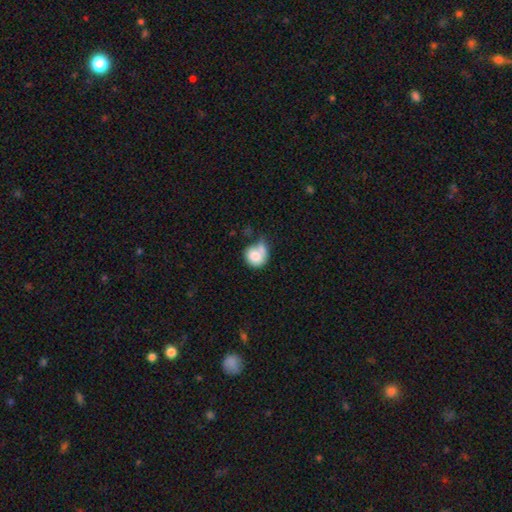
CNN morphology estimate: Smooth or featured? Predicted: smooth (p=0.78). How rounded? Predicted: round (p=0.78). Merging? Predicted: none (p=0.33).